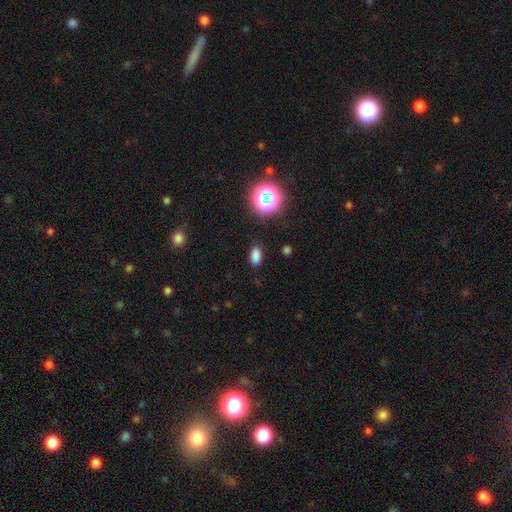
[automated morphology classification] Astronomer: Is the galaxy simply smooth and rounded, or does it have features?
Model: smooth — 78%.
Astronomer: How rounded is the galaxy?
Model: in between — 87%.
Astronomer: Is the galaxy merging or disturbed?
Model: none — 86%.